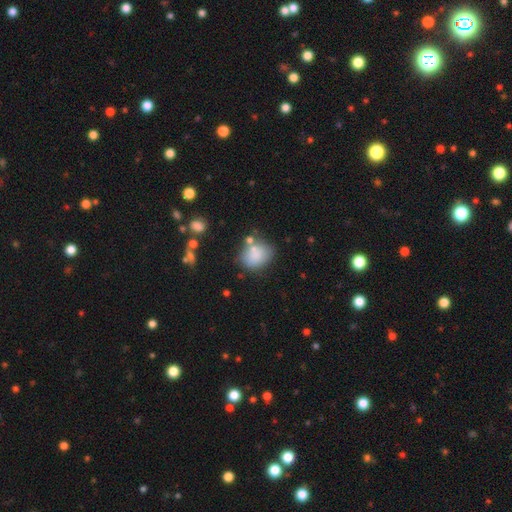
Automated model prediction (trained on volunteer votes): smooth-or-featured: smooth: 78% | featured or disk: 13% | star or artifact: 9%
  how-rounded: round: 50% | in between: 49% | cigar-shaped: 1%
  merging: none: 57% | minor disturbance: 20% | merger: 15% | major disturbance: 8%